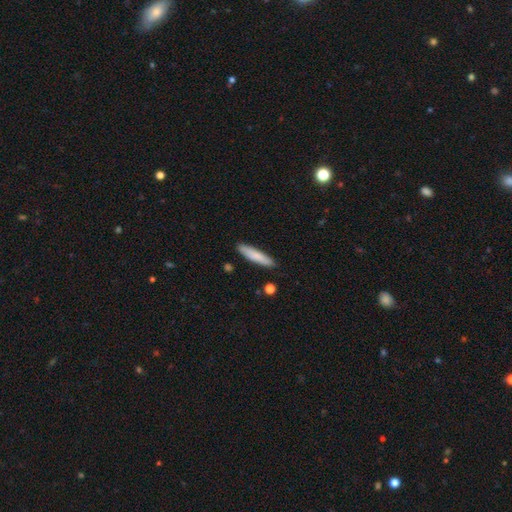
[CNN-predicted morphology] smooth-or-featured: smooth: 81% | featured or disk: 13% | star or artifact: 6%
  how-rounded: cigar-shaped: 84% | in between: 14% | round: 1%
  merging: none: 88% | minor disturbance: 8% | major disturbance: 2% | merger: 2%